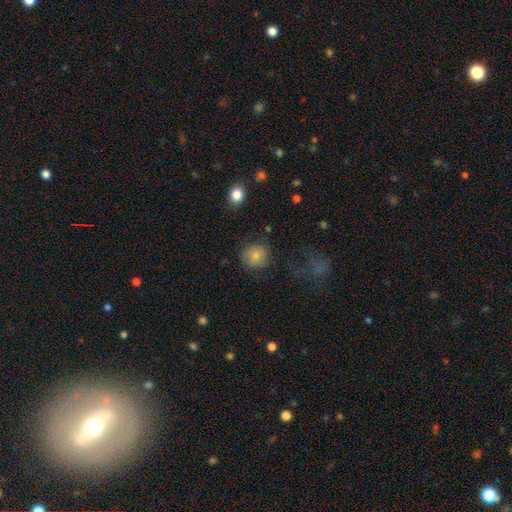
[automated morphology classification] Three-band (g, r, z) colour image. It shows a smooth galaxy with no disk features (80%) that is round (87%). Merging: none (76%).